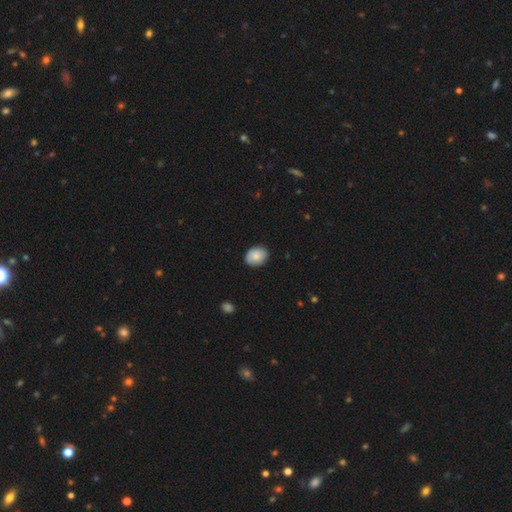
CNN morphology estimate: smooth 83%, featured or disk 10%, star or artifact 7%. Down the decision tree: how rounded — in between (51%); merging — none (84%).